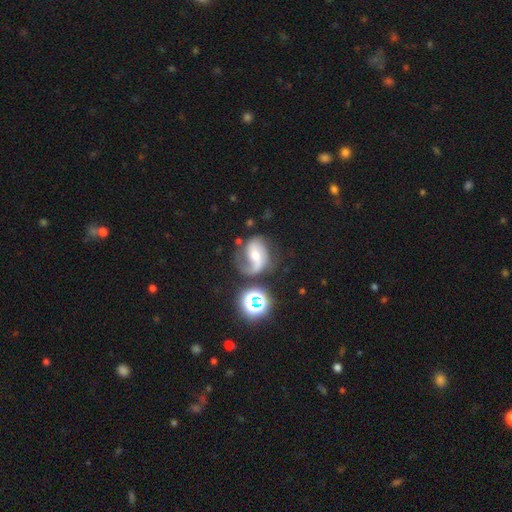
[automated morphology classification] Overall: featured or disk (77%). Edge-on disk: no (97%). Bar: weak (40%; no 39%). Spiral arms: yes (94%). Spiral arm count: 2 (58%; 1 34%). Spiral winding: medium (45%; loose 36%). Bulge size: moderate (55%; small 37%). Merging: none (50%; minor disturbance 22%).